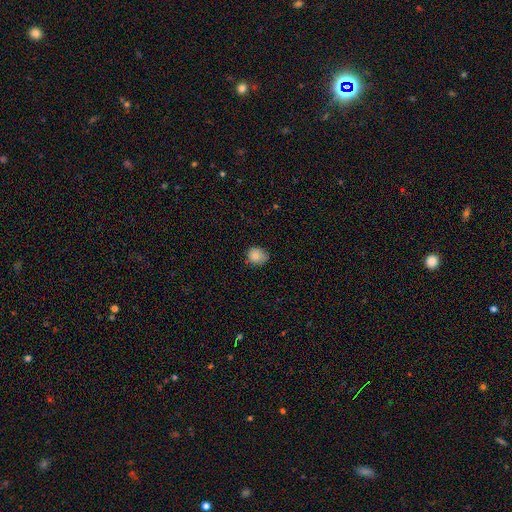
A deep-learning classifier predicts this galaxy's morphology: This appears to be a smooth galaxy with no disk features (82%) that is round (68%). Merging: none (65%).